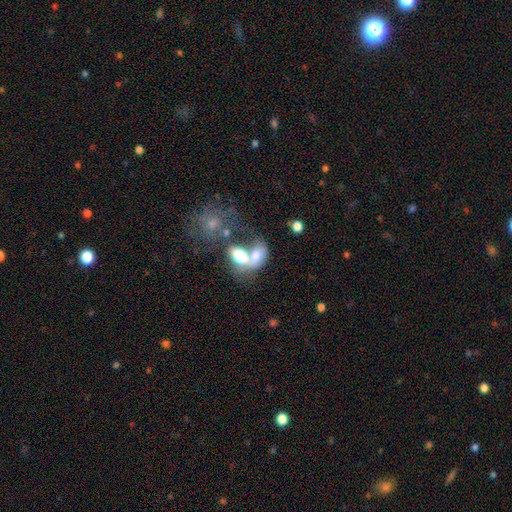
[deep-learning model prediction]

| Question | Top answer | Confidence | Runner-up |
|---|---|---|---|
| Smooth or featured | smooth | 63% | featured or disk (28%) |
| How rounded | in between | 82% | round (16%) |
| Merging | merger | 75% | none (11%) |